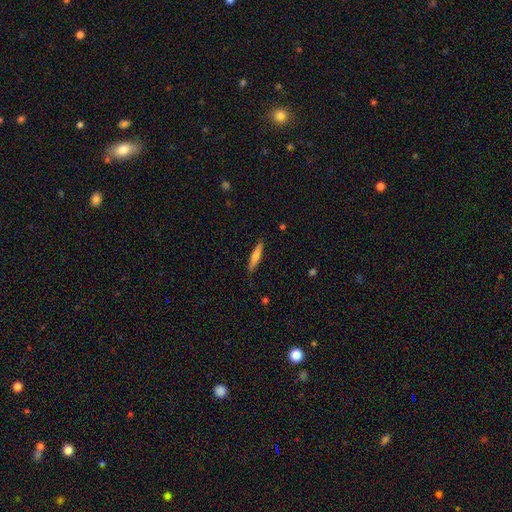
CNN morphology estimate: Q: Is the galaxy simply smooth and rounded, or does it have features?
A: smooth — 56%.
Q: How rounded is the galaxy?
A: cigar-shaped — 87%.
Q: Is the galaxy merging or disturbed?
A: none — 89%.